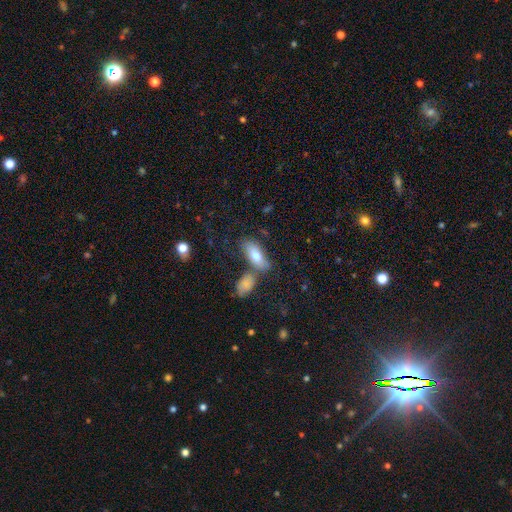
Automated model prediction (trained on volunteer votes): Smooth or featured? smooth (75%)
How rounded? in between (82%)
Merging? none (58%)